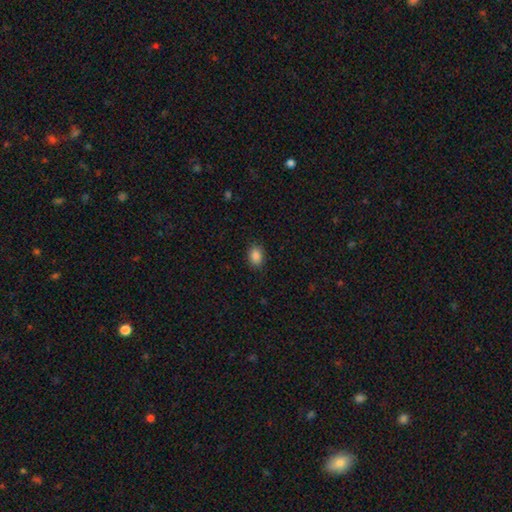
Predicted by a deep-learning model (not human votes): Smooth or featured? Predicted: smooth (p=0.88). How rounded? Predicted: in between (p=0.75). Merging? Predicted: none (p=0.87).